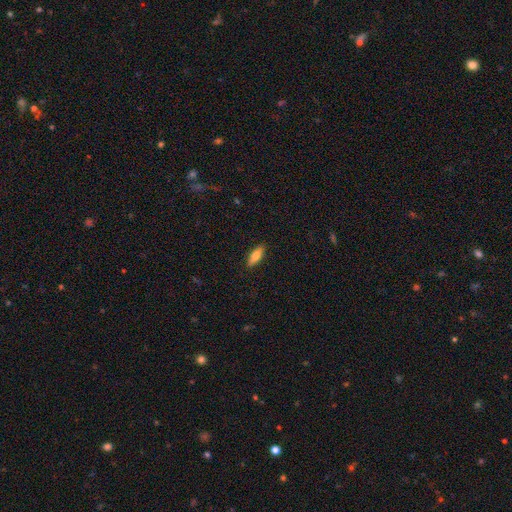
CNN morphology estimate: smooth_or_featured: smooth (p=0.70) [alt: featured or disk p=0.24]
how_rounded: in between (p=0.59) [alt: cigar-shaped p=0.39]
merging: none (p=0.89) [alt: minor disturbance p=0.09]